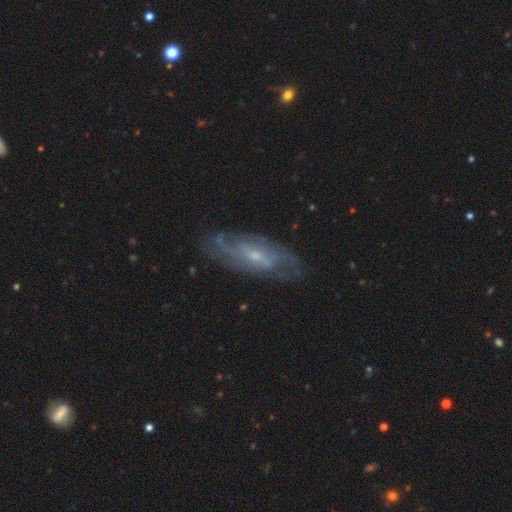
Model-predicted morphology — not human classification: This appears to be a featured or disk galaxy (80%) with no bar (46%), medium (42%) spiral arms (89%) and a small central bulge (68%). Merging: none (74%).